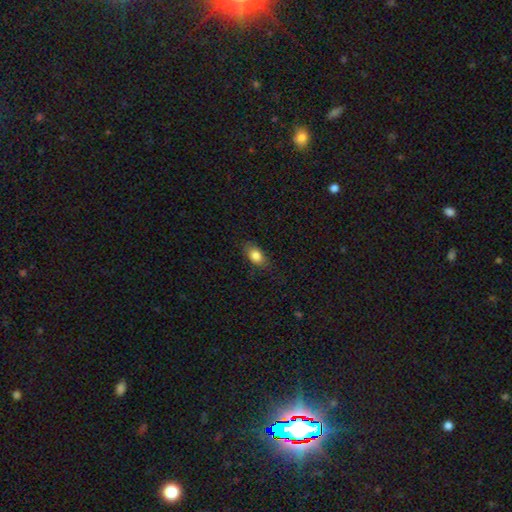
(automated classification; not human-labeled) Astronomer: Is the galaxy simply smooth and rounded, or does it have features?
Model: smooth — 83%.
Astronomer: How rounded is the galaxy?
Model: in between — 84%.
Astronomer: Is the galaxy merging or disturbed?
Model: none — 79%.